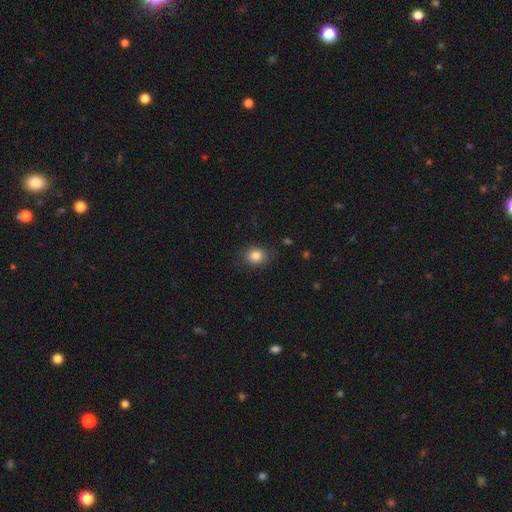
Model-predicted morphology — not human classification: The model was most divided on "how rounded": round: 59%, in between: 40%, cigar-shaped: 1%. More confident: smooth or featured — smooth (83%); merging — none (80%).